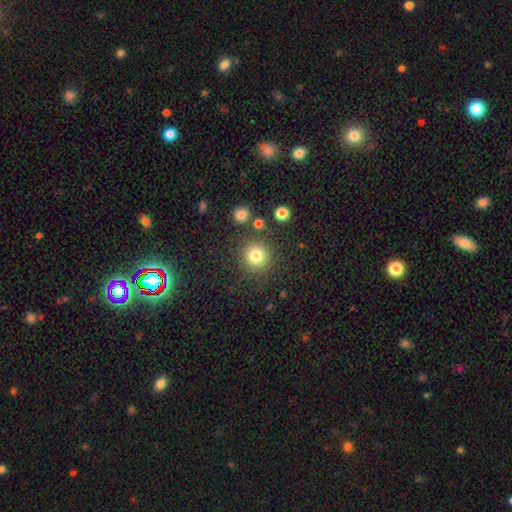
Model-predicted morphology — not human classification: type=smooth (81%); roundness=round (93%); merging=none (84%).